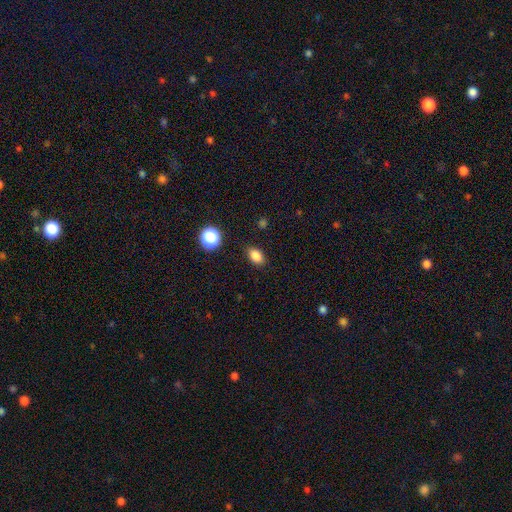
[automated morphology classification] smooth_or_featured: smooth (p=0.84) [alt: star or artifact p=0.11]
how_rounded: in between (p=0.83) [alt: round p=0.15]
merging: none (p=0.88) [alt: minor disturbance p=0.09]